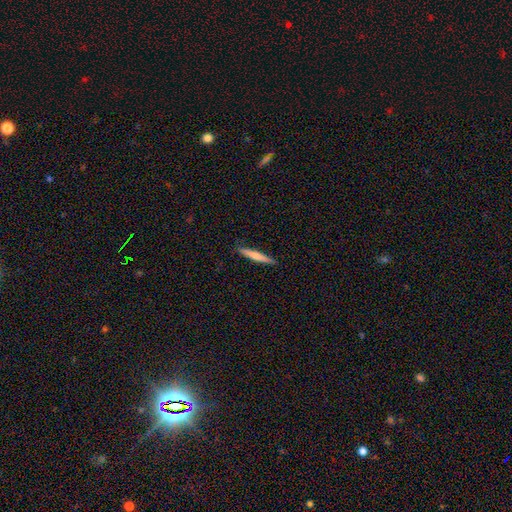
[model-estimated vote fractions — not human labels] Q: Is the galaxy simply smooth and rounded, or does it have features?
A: smooth — 65%.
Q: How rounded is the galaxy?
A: cigar-shaped — 95%.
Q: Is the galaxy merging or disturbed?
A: none — 90%.